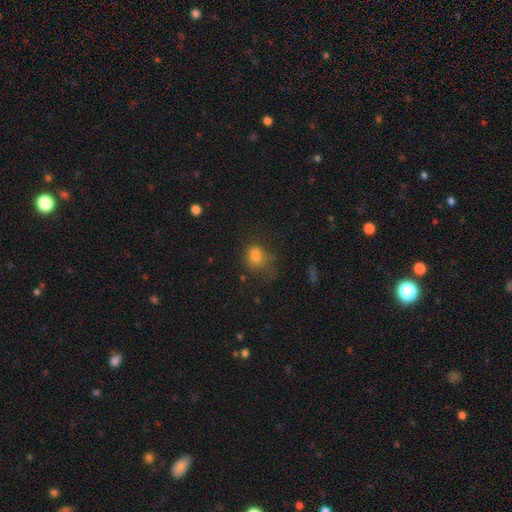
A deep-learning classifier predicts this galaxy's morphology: Overall: smooth (77%). How rounded: in between (56%; round 42%). Merging: none (51%; minor disturbance 26%).